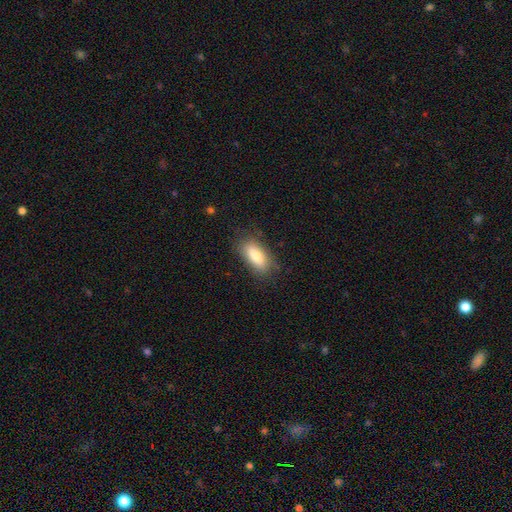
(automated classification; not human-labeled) This is clearly a smooth galaxy (80%). How rounded: clearly in between (82%). Merging: clearly none (80%).